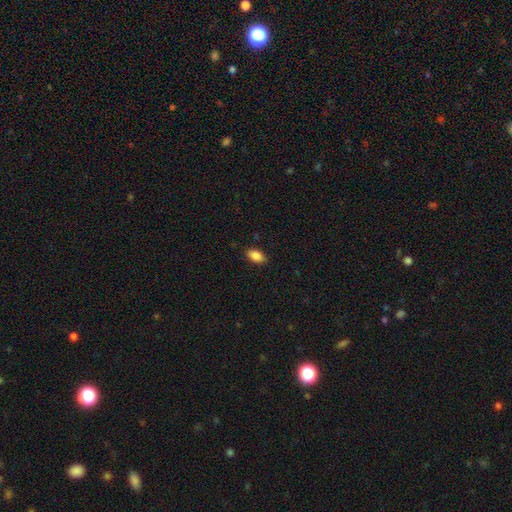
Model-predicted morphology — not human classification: A smooth galaxy with no disk features (87%) that is in between round and cigar-shaped (91%).

Vote fractions:
- Smooth or featured? smooth: 87% / star or artifact: 8% / featured or disk: 5%
- How rounded? in between: 91% / round: 5% / cigar-shaped: 4%
- Merging? none: 86% / minor disturbance: 10% / major disturbance: 2% / merger: 1%